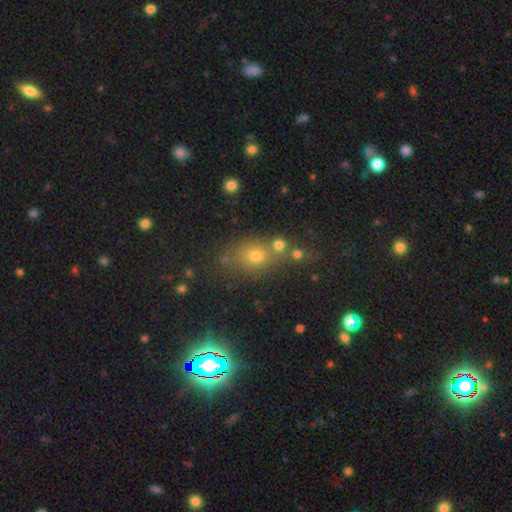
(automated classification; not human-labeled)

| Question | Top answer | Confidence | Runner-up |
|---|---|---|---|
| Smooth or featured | smooth | 60% | star or artifact (28%) |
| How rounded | round | 57% | in between (41%) |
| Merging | none | 64% | merger (18%) |